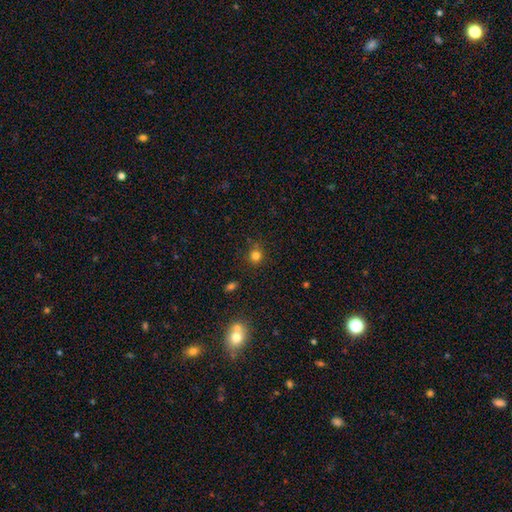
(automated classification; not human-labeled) Smooth or featured? smooth (80%)
How rounded? round (87%)
Merging? none (83%)